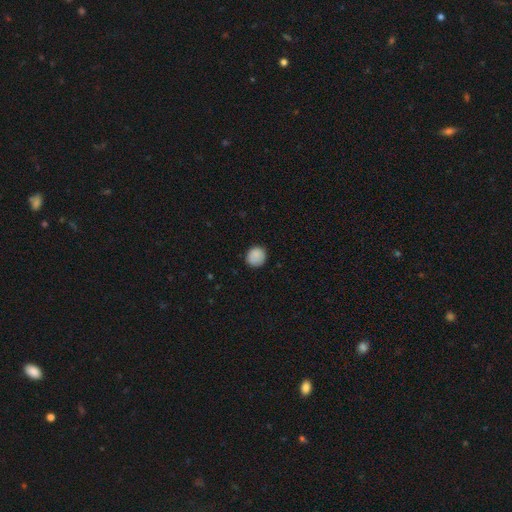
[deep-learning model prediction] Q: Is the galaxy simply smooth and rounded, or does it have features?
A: smooth — 87%.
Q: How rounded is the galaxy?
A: round — 87%.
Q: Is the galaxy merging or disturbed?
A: none — 84%.